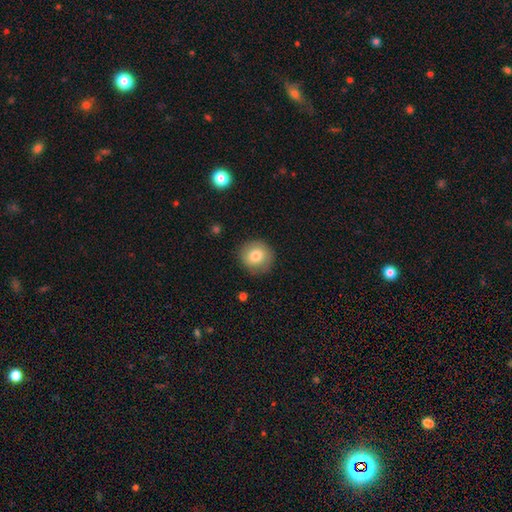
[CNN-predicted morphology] Q: Smooth or featured?
A: smooth (78%); runner-up: featured or disk (14%)
Q: How rounded?
A: round (92%); runner-up: in between (7%)
Q: Merging?
A: none (86%); runner-up: minor disturbance (10%)